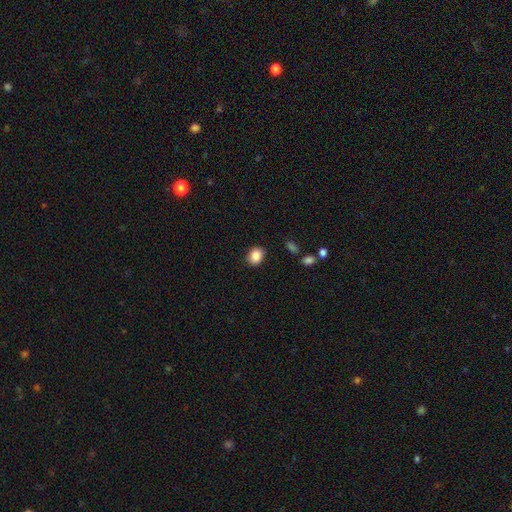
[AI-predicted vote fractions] smooth-or-featured: smooth: 86% | star or artifact: 9% | featured or disk: 5%
  how-rounded: round: 52% | in between: 47% | cigar-shaped: 1%
  merging: none: 86% | minor disturbance: 10% | major disturbance: 2% | merger: 2%